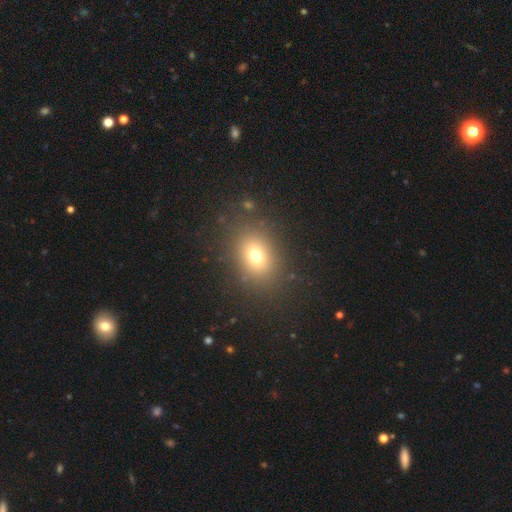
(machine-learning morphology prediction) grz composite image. It shows a smooth galaxy with no disk features (72%) that is in between round and cigar-shaped (57%). Merging: none (84%).